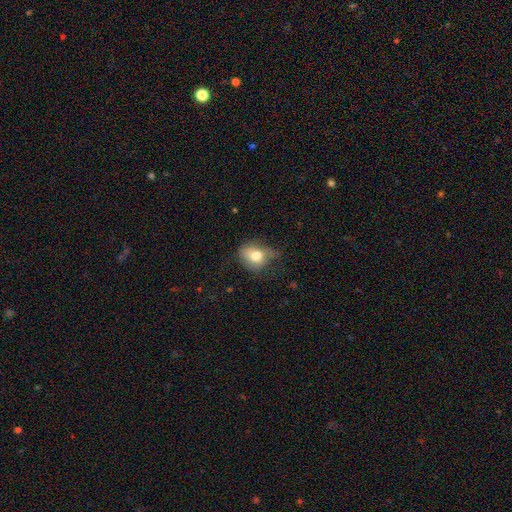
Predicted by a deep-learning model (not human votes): smooth-or-featured: smooth: 72% | featured or disk: 18% | star or artifact: 10%
  how-rounded: in between: 57% | round: 42% | cigar-shaped: 1%
  merging: none: 38% | minor disturbance: 36% | major disturbance: 22% | merger: 4%